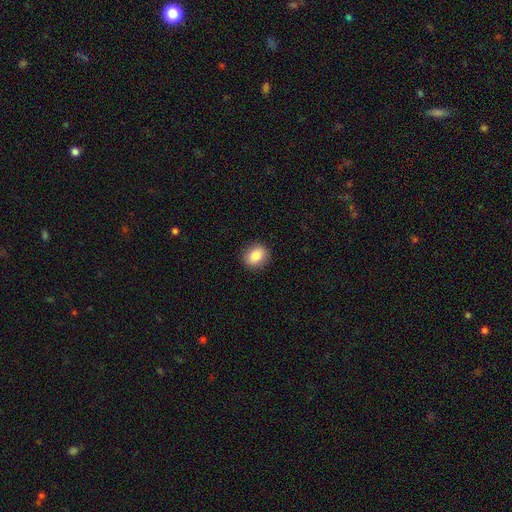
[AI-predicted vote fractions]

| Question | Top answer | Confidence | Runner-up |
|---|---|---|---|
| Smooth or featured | smooth | 85% | star or artifact (8%) |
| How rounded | round | 58% | in between (41%) |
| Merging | none | 89% | minor disturbance (8%) |